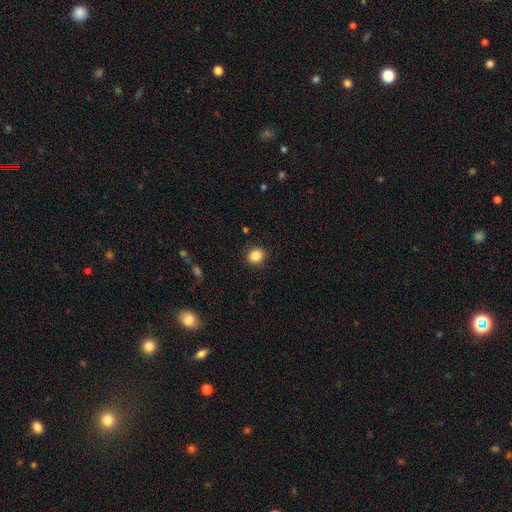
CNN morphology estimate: This is clearly a smooth galaxy (86%). How rounded: clearly round (86%). Merging: clearly none (91%).